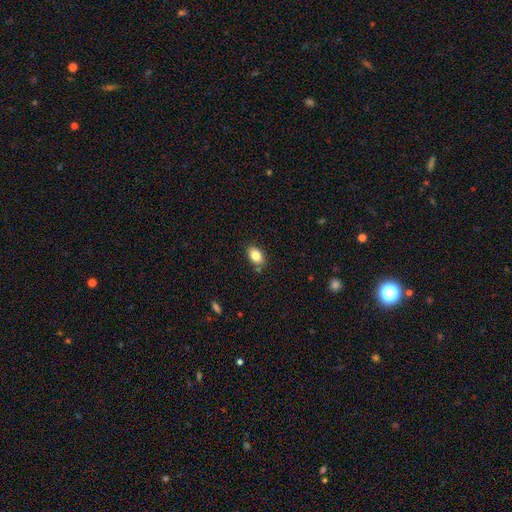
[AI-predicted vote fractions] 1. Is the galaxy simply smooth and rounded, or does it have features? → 84% smooth, 9% star or artifact, 7% featured or disk.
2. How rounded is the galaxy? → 83% in between, 16% round, 1% cigar-shaped.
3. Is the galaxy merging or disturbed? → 82% none, 12% minor disturbance, 4% merger, 2% major disturbance.